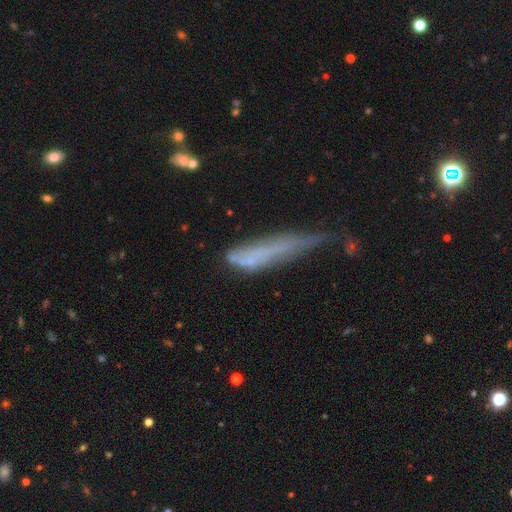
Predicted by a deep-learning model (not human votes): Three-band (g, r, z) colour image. It shows a smooth galaxy with no disk features (48%). Merging: major disturbance (32%).